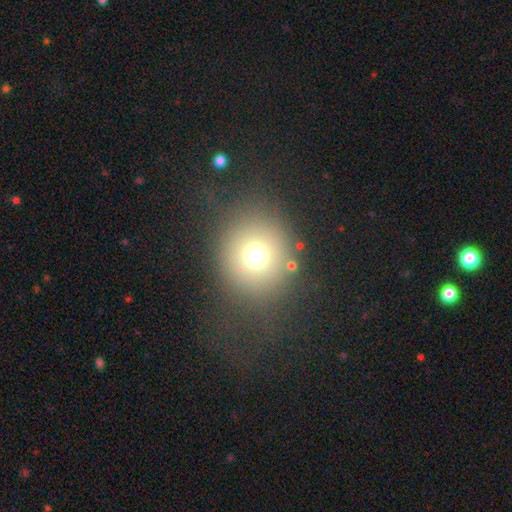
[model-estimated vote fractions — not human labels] Smooth or featured?
  - smooth: 70% *
  - star or artifact: 17%
  - featured or disk: 13%
How rounded?
  - round: 83% *
  - in between: 16%
  - cigar-shaped: 1%
Merging?
  - none: 74% *
  - minor disturbance: 12%
  - major disturbance: 11%
  - merger: 3%